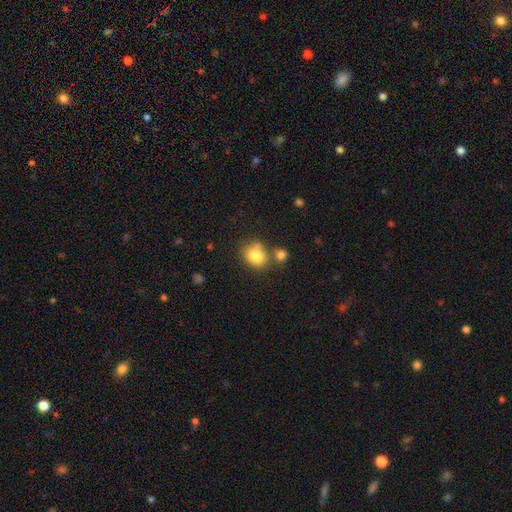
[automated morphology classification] Smooth or featured: smooth — 82% (star or artifact — 9%)
How rounded: in between — 53% (round — 45%)
Merging: none — 54% (merger — 24%)